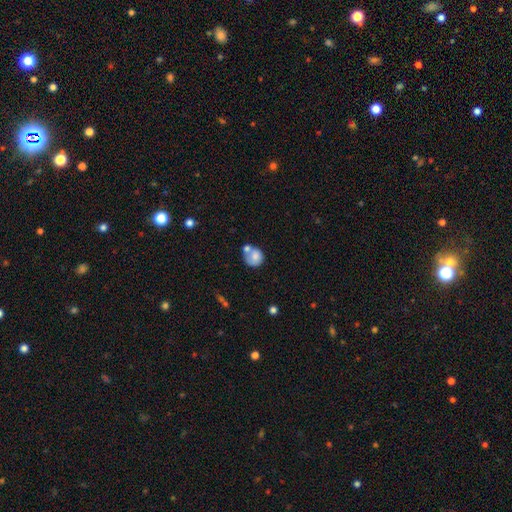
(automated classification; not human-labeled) Smooth or featured?
  - smooth: 72% *
  - featured or disk: 20%
  - star or artifact: 8%
How rounded?
  - round: 79% *
  - in between: 20%
  - cigar-shaped: 1%
Merging?
  - merger: 41% *
  - none: 35%
  - minor disturbance: 16%
  - major disturbance: 9%